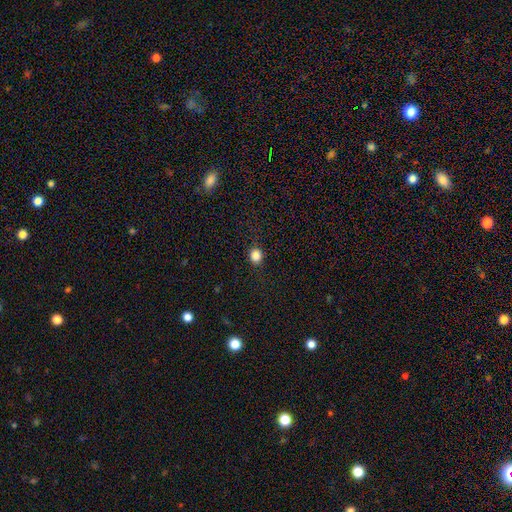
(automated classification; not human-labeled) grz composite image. It shows a smooth galaxy with no disk features (85%) that is round (77%). Merging: none (88%).